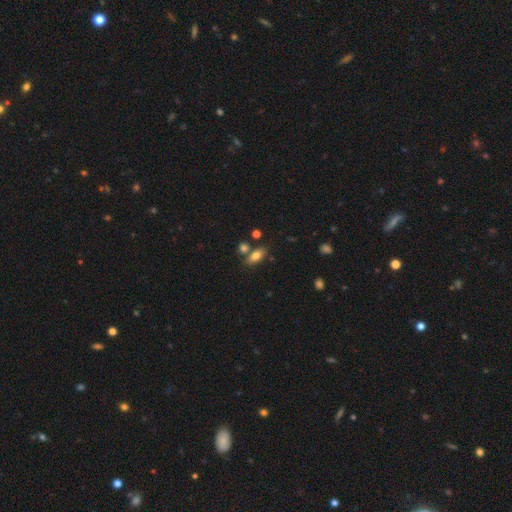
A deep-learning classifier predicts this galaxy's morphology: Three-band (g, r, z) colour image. It shows a smooth galaxy with no disk features (76%) that is in between round and cigar-shaped (80%). Merging: none (69%).